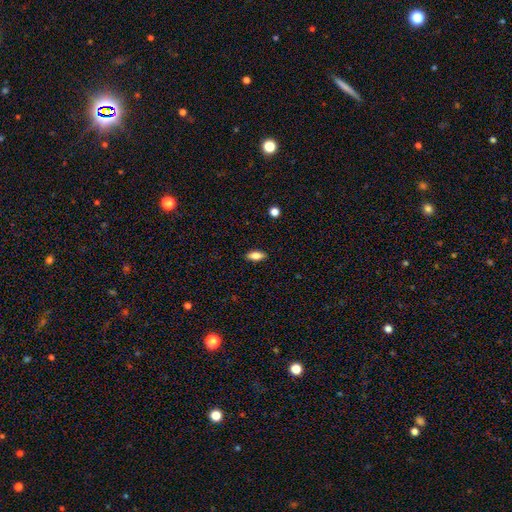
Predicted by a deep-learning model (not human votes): smooth-or-featured: smooth: 78% | featured or disk: 15% | star or artifact: 8%
  how-rounded: in between: 79% | cigar-shaped: 18% | round: 3%
  merging: none: 88% | minor disturbance: 9% | major disturbance: 2% | merger: 1%